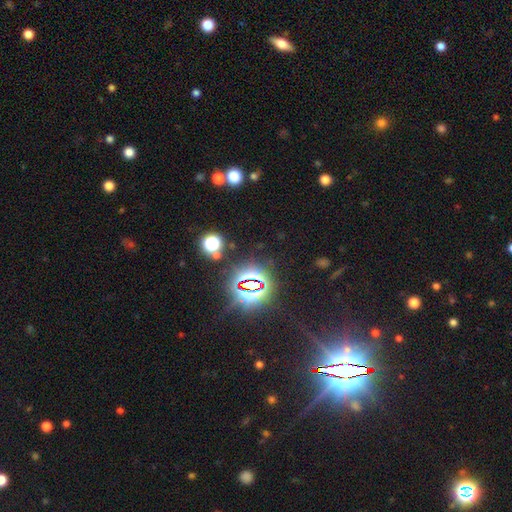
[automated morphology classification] Overall: star or artifact (84%).